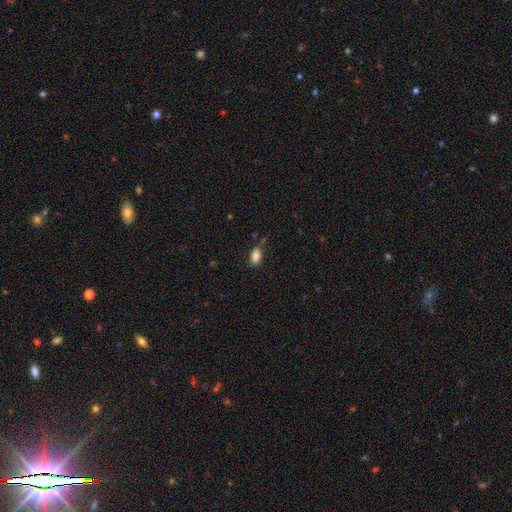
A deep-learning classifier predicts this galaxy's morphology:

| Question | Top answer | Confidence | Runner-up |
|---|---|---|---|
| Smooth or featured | smooth | 84% | star or artifact (9%) |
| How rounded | in between | 91% | round (6%) |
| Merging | none | 69% | minor disturbance (21%) |